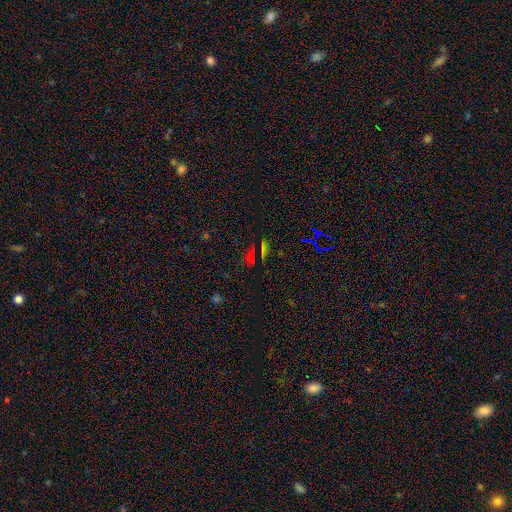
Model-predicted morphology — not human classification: The model was most divided on "smooth or featured": star or artifact: 52%, smooth: 36%, featured or disk: 12%.